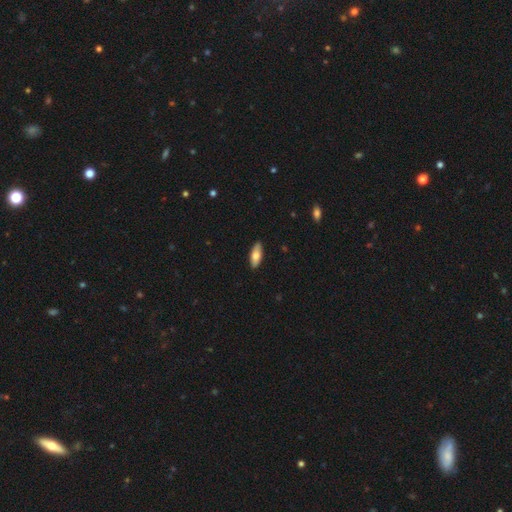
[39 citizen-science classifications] smooth 74%, featured or disk 21%, star or artifact 5%. Down the decision tree: how rounded — in between (72%); merging — none (100%).